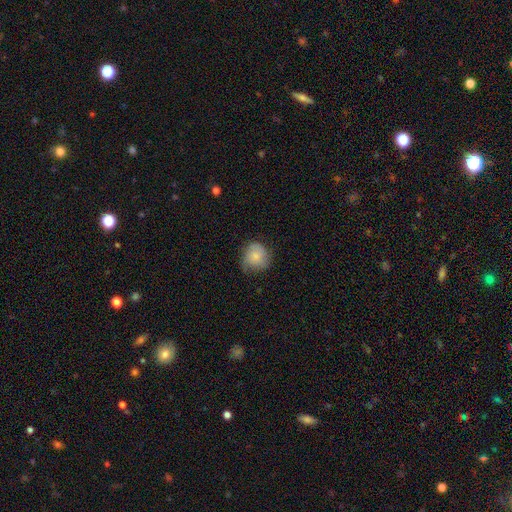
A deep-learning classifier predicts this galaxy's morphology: smooth_or_featured: smooth (p=0.77) [alt: featured or disk p=0.16]
how_rounded: round (p=0.84) [alt: in between p=0.15]
merging: none (p=0.58) [alt: minor disturbance p=0.32]